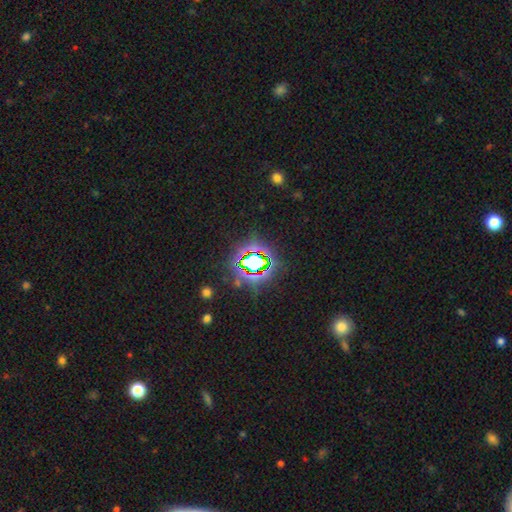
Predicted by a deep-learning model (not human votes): A star or artifact, not a galaxy (79%).

Vote fractions:
- Smooth or featured? star or artifact: 79% / smooth: 13% / featured or disk: 8%